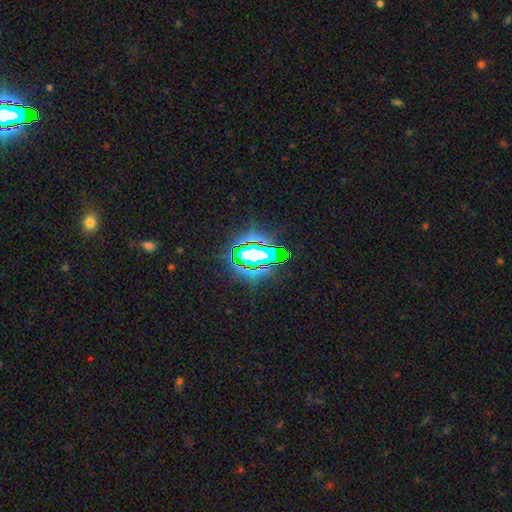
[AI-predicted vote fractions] The model was most divided on "smooth or featured": star or artifact: 68%, smooth: 18%, featured or disk: 14%.